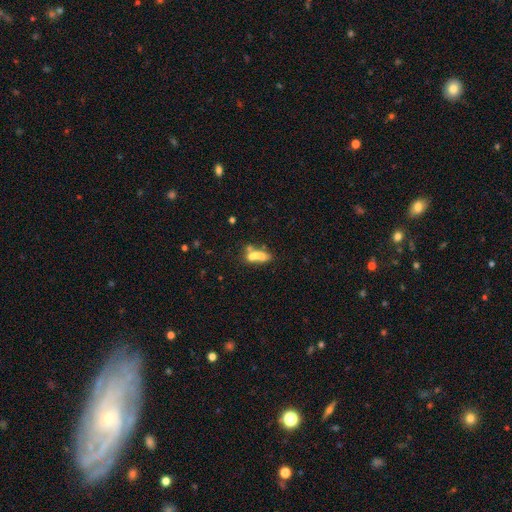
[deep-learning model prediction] Smooth or featured? Predicted: smooth (p=0.65). How rounded? Predicted: in between (p=0.56). Merging? Predicted: merger (p=0.40).